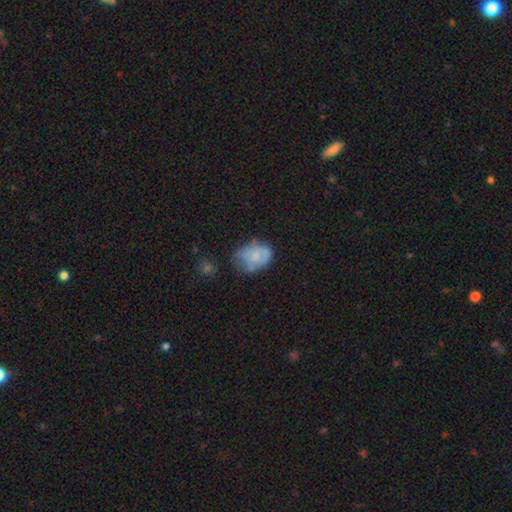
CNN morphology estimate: type=smooth (58%); roundness=in between (67%); merging=none (43%).